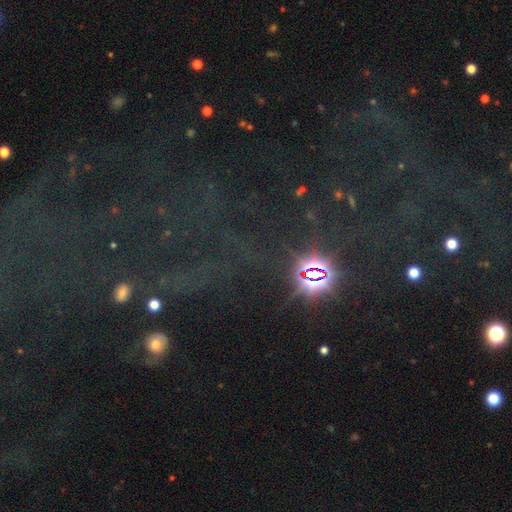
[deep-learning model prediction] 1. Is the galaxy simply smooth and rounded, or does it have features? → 72% star or artifact, 17% smooth, 12% featured or disk.